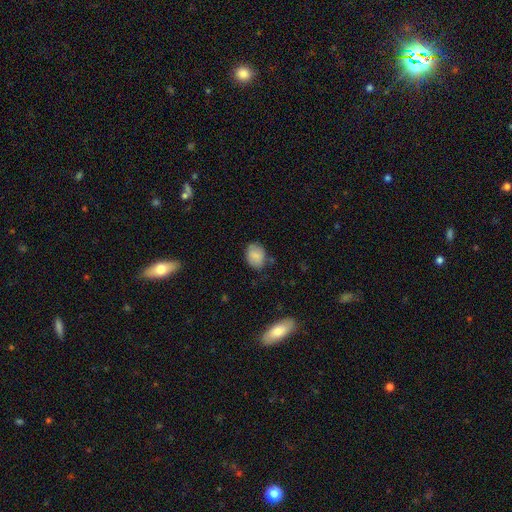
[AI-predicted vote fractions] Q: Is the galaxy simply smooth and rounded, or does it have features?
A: smooth — 82%.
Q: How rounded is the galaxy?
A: in between — 60%.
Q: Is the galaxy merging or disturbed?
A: none — 70%.